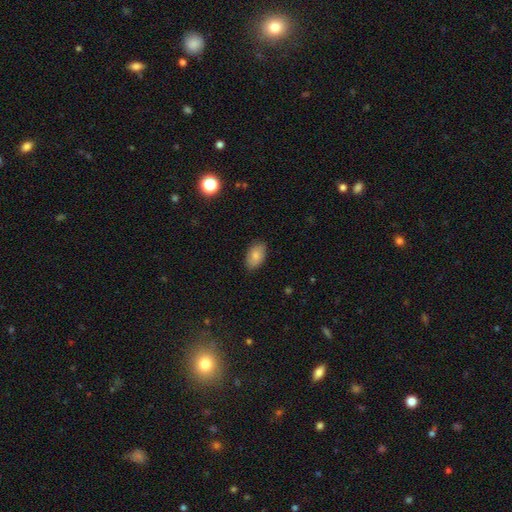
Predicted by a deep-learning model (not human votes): Smooth or featured?
  - smooth: 83% *
  - featured or disk: 10%
  - star or artifact: 7%
How rounded?
  - in between: 92% *
  - round: 6%
  - cigar-shaped: 2%
Merging?
  - none: 85% *
  - minor disturbance: 12%
  - major disturbance: 2%
  - merger: 1%